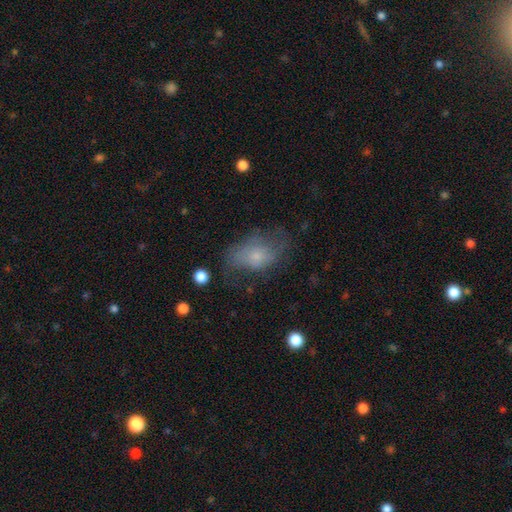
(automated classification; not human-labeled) This appears to be a smooth galaxy with no disk features (51%) that is in between round and cigar-shaped (83%). Merging: none (45%).